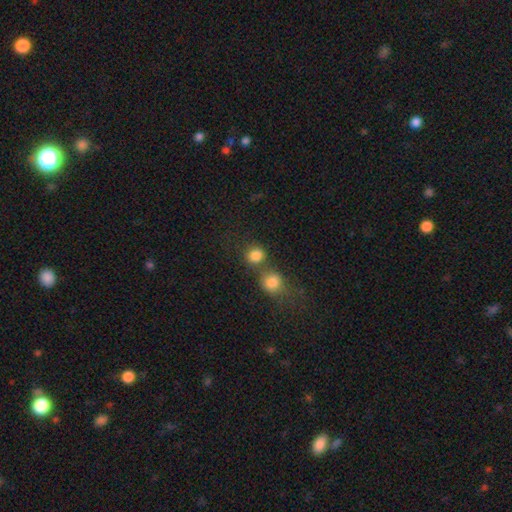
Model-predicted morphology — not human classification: Smooth or featured? Predicted: smooth (p=0.83). How rounded? Predicted: round (p=0.82). Merging? Predicted: none (p=0.53).